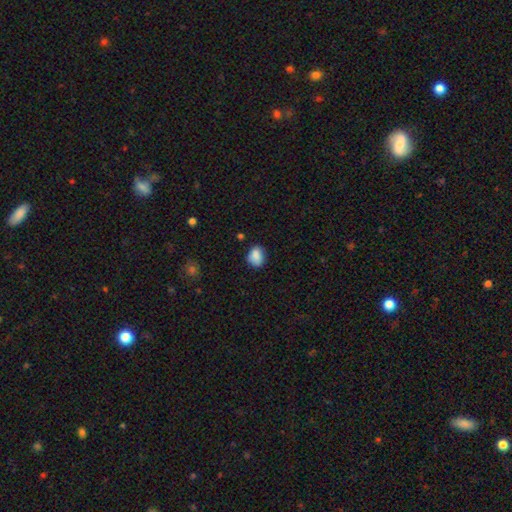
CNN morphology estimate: type=smooth (86%); roundness=in between (58%); merging=none (70%).